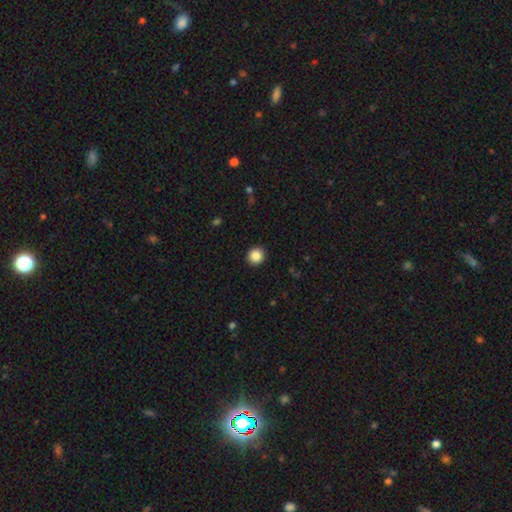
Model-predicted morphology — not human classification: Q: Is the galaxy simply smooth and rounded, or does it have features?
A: smooth — 87%.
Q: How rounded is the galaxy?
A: round — 92%.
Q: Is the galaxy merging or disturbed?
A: none — 93%.